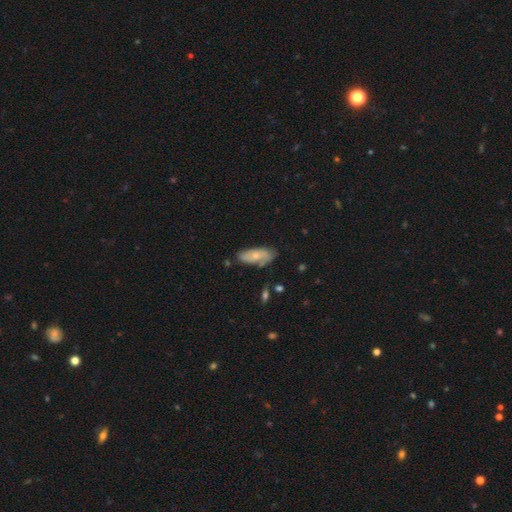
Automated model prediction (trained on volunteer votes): smooth_or_featured: smooth (p=0.55) [alt: featured or disk p=0.38]
how_rounded: in between (p=0.81) [alt: cigar-shaped p=0.17]
merging: none (p=0.64) [alt: minor disturbance p=0.26]